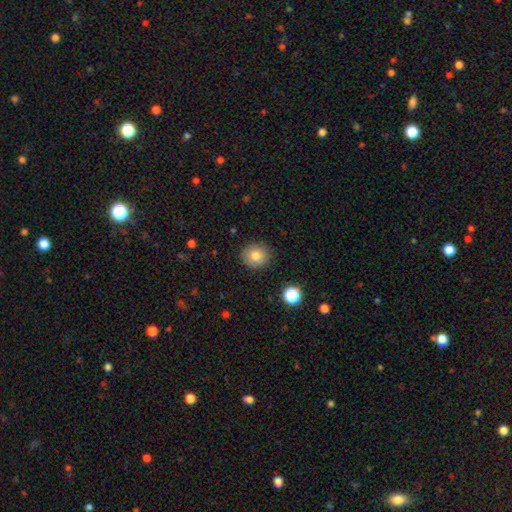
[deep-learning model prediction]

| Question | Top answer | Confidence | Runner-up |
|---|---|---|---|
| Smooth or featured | smooth | 82% | star or artifact (10%) |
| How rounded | round | 87% | in between (12%) |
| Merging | none | 89% | minor disturbance (7%) |